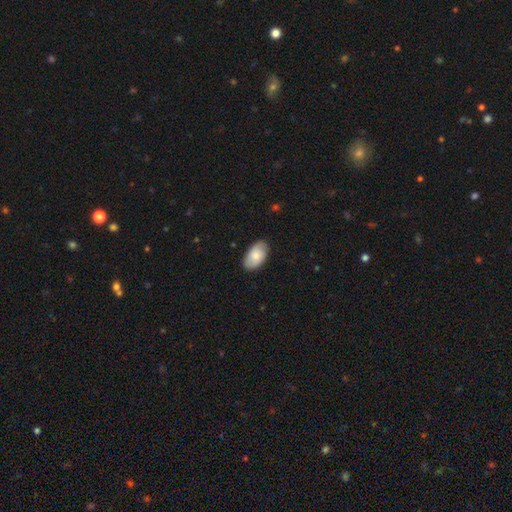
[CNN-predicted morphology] smooth-or-featured: smooth: 71% | featured or disk: 23% | star or artifact: 6%
  how-rounded: in between: 94% | round: 5% | cigar-shaped: 1%
  merging: none: 82% | minor disturbance: 14% | major disturbance: 3% | merger: 1%